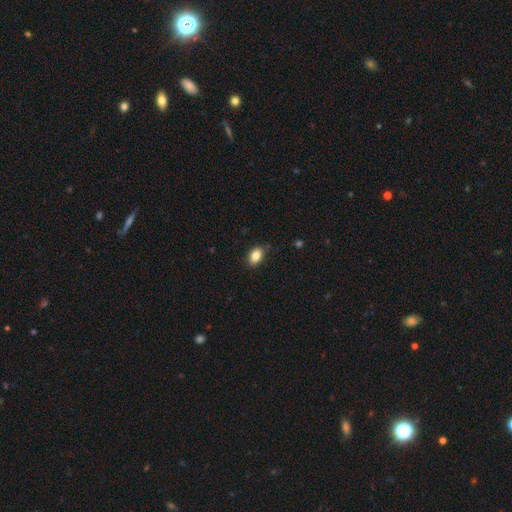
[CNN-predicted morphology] The model was most divided on "merging": none: 86%, minor disturbance: 11%, major disturbance: 2%, merger: 1%. More confident: how rounded — in between (88%); smooth or featured — smooth (85%).